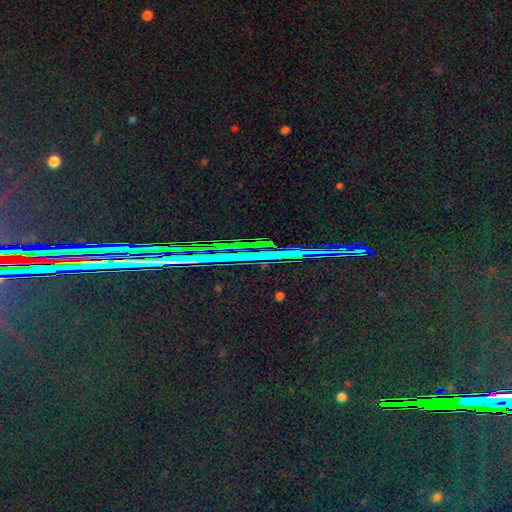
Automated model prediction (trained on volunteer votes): Smooth or featured? Predicted: star or artifact (p=0.87).